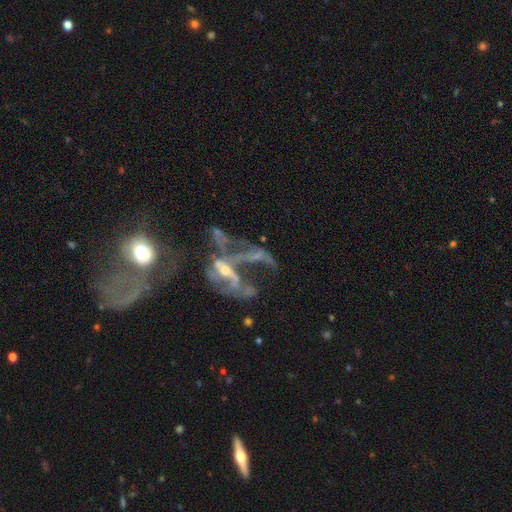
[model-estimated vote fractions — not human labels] Smooth or featured? featured or disk (70%)
Edge-on disk? no (94%)
Bar? no (65%)
Spiral arms? no (60%)
Bulge size? small (39%)
Merging? merger (40%)